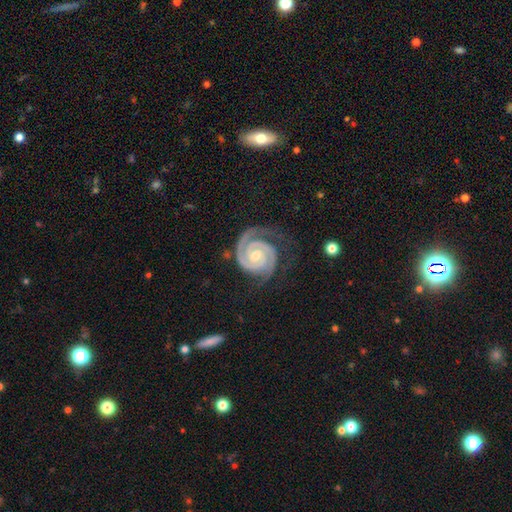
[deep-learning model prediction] Q: Smooth or featured?
A: featured or disk (94%); runner-up: star or artifact (4%)
Q: Edge-on disk?
A: no (98%); runner-up: yes (2%)
Q: Bar?
A: no (60%); runner-up: weak (29%)
Q: Spiral arms?
A: yes (99%); runner-up: no (1%)
Q: Spiral winding?
A: tight (80%); runner-up: medium (18%)
Q: Spiral arm count?
A: 2 (85%); runner-up: 3 (7%)
Q: Bulge size?
A: moderate (62%); runner-up: small (34%)
Q: Merging?
A: none (75%); runner-up: minor disturbance (17%)